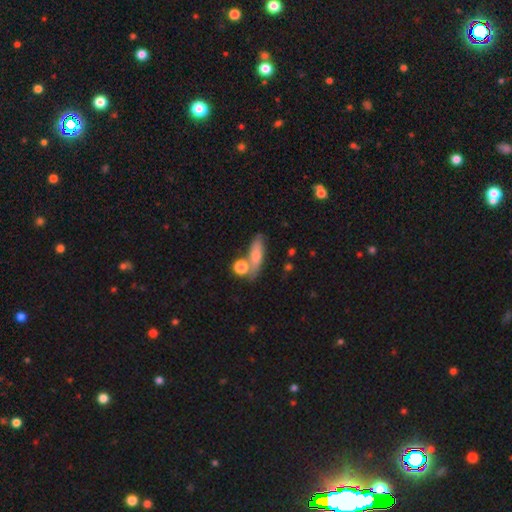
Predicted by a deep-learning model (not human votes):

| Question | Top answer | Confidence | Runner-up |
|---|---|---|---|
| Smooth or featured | smooth | 69% | featured or disk (22%) |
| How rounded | in between | 51% | cigar-shaped (40%) |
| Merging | none | 57% | merger (20%) |